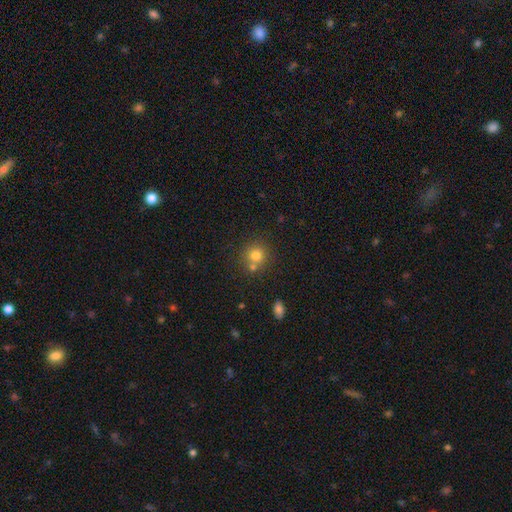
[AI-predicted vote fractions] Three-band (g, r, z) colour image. It shows a smooth galaxy with no disk features (77%) that is round (88%). Merging: none (63%).